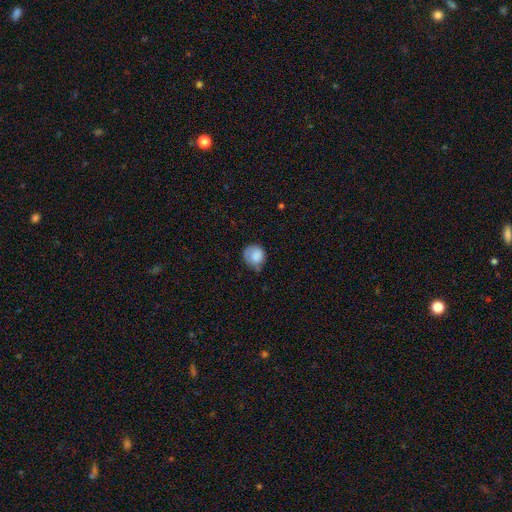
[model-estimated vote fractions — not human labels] This is clearly a smooth galaxy (81%). How rounded: likely round (80%). Merging: possibly none (54%).